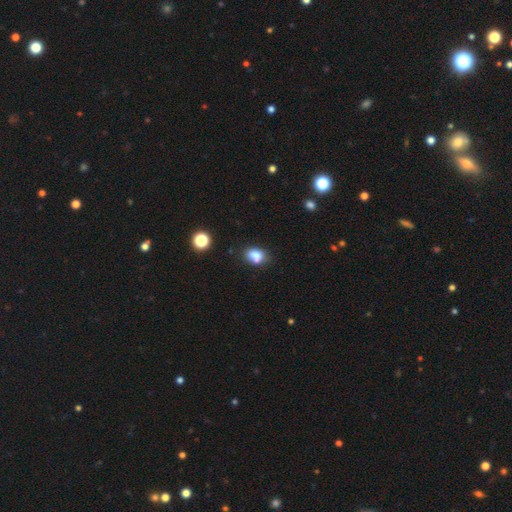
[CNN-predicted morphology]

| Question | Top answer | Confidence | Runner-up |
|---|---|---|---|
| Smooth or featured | smooth | 79% | star or artifact (11%) |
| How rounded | in between | 67% | round (32%) |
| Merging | none | 55% | merger (20%) |